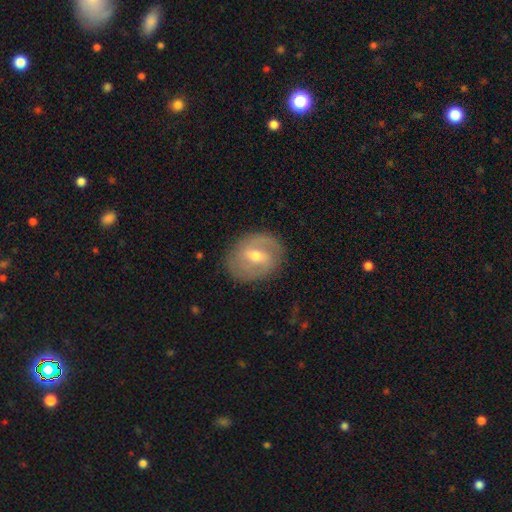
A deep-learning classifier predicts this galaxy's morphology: A featured or disk galaxy (73%) with a weak bar (53%), 2 (75%) medium (42%) spiral arms (82%) and a moderate central bulge (59%). Merging: none (83%).